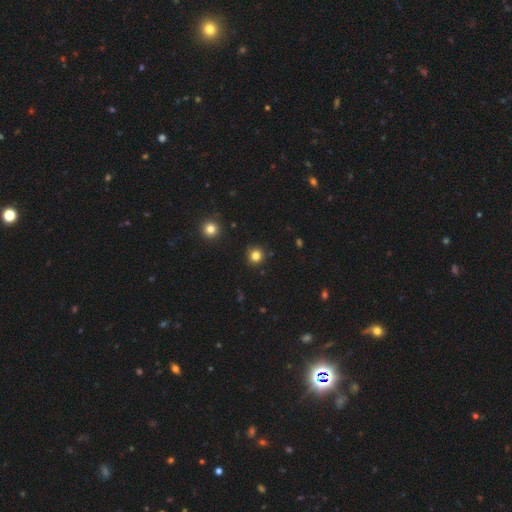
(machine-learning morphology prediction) smooth-or-featured: smooth: 81% | star or artifact: 14% | featured or disk: 5%
  how-rounded: round: 94% | in between: 5% | cigar-shaped: 1%
  merging: none: 90% | minor disturbance: 6% | major disturbance: 2% | merger: 2%